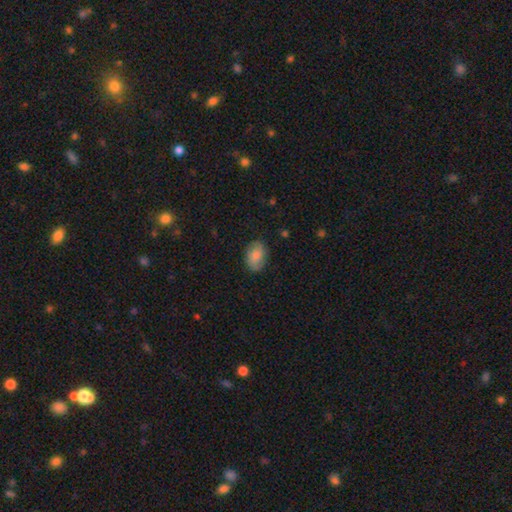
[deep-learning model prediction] smooth 74%, featured or disk 19%, star or artifact 7%. Down the decision tree: how rounded — in between (82%); merging — none (79%).